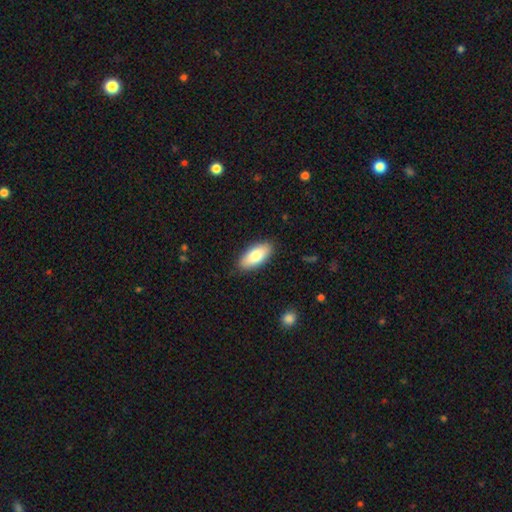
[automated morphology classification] This is likely a smooth galaxy (79%). How rounded: clearly in between (89%). Merging: clearly none (88%).